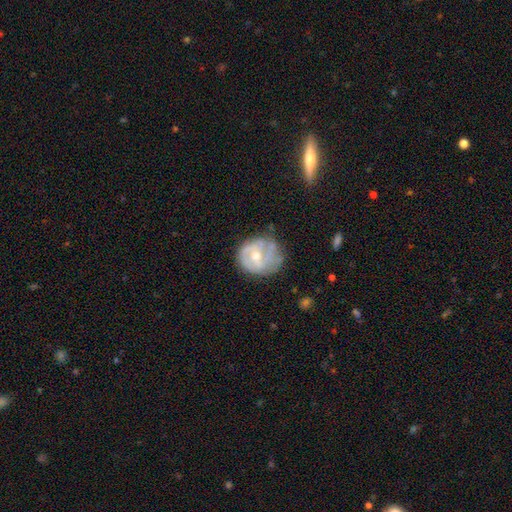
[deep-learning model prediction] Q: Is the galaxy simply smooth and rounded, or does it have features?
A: featured or disk — 64%.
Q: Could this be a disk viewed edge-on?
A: no — 98%.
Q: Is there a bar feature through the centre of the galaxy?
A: no — 58%.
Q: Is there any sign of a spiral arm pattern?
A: yes — 62%.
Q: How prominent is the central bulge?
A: moderate — 63%.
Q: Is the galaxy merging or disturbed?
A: none — 51%.